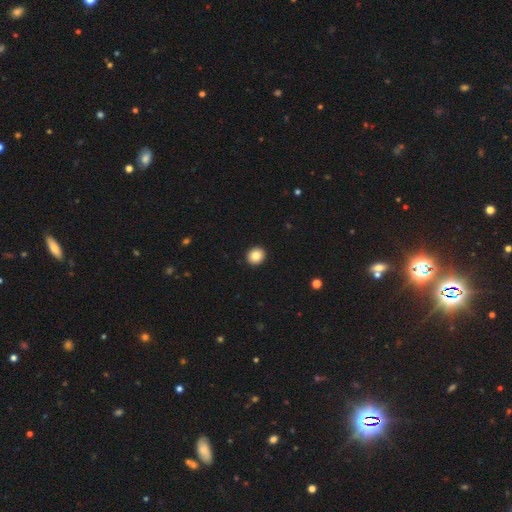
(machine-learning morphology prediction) Smooth or featured? Predicted: smooth (p=0.84). How rounded? Predicted: round (p=0.85). Merging? Predicted: none (p=0.94).